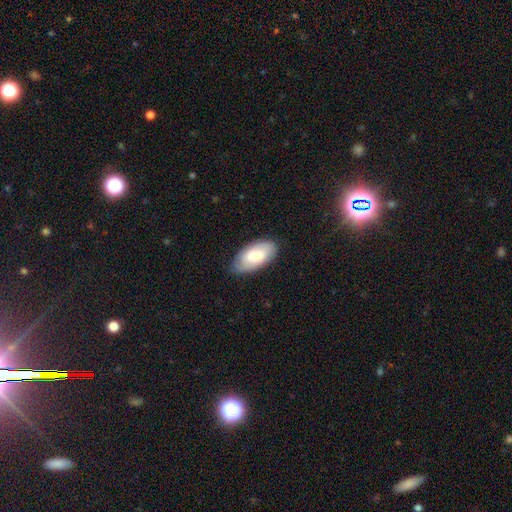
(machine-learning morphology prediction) type=smooth (71%); roundness=in between (94%); merging=none (81%).